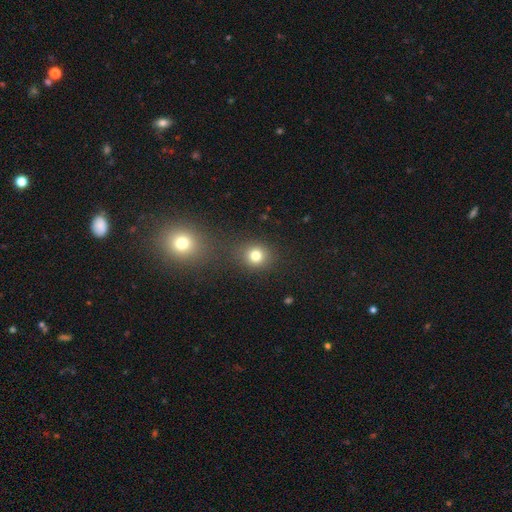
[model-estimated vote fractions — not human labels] The model was most divided on "smooth or featured": smooth: 78%, star or artifact: 16%, featured or disk: 7%. More confident: how rounded — round (83%); merging — none (77%).